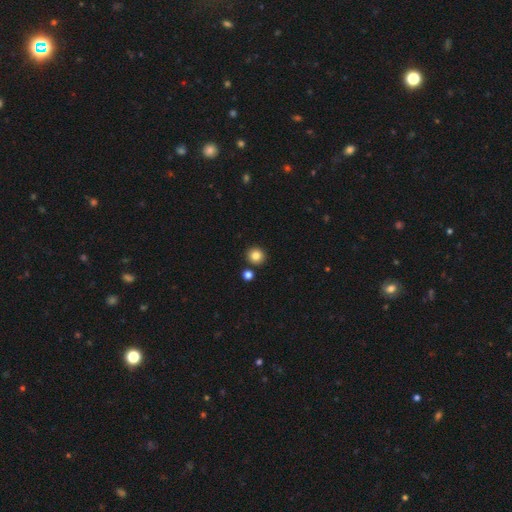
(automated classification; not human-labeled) Q: Smooth or featured?
A: smooth (84%); runner-up: star or artifact (11%)
Q: How rounded?
A: round (93%); runner-up: in between (6%)
Q: Merging?
A: none (88%); runner-up: minor disturbance (6%)